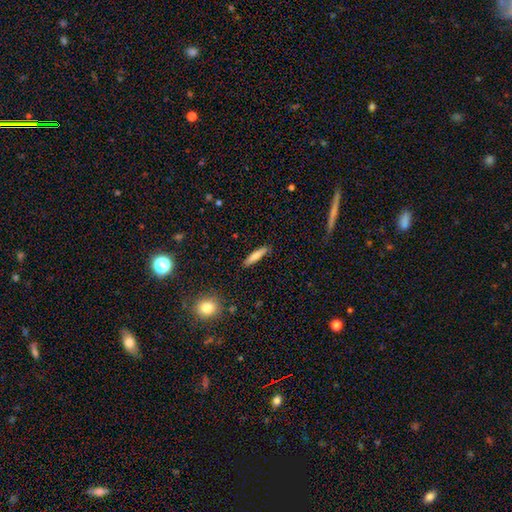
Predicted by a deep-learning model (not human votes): Smooth or featured? Predicted: smooth (p=0.73). How rounded? Predicted: cigar-shaped (p=0.85). Merging? Predicted: none (p=0.88).